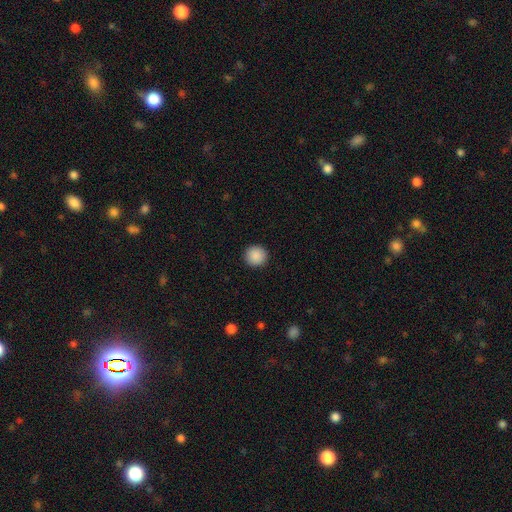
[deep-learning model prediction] This appears to be a smooth galaxy with no disk features (89%) that is round (94%). Merging: none (93%).